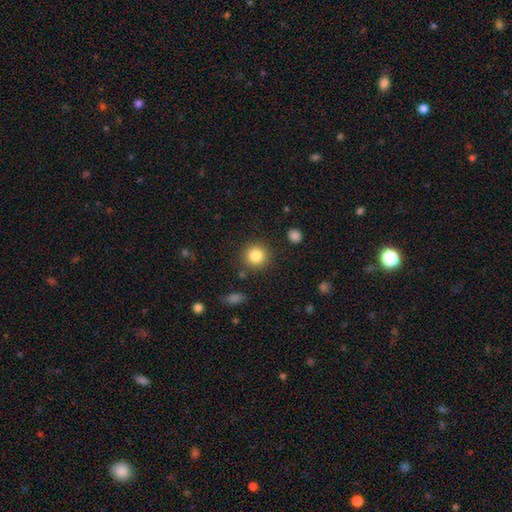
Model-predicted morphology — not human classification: smooth_or_featured: smooth (p=0.84) [alt: star or artifact p=0.10]
how_rounded: round (p=0.93) [alt: in between p=0.06]
merging: none (p=0.88) [alt: minor disturbance p=0.07]